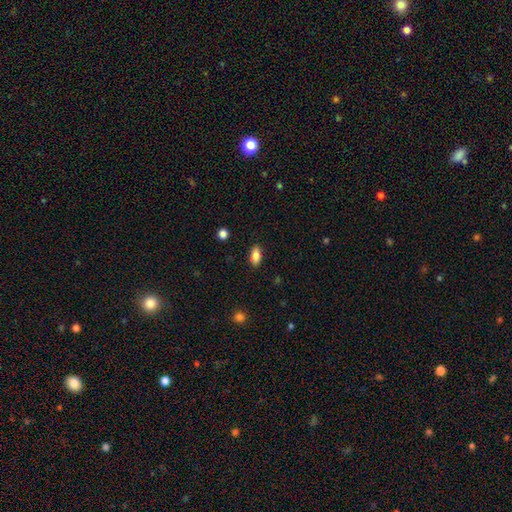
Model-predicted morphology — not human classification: smooth 84%, featured or disk 8%, star or artifact 8%. Down the decision tree: how rounded — in between (89%); merging — none (88%).